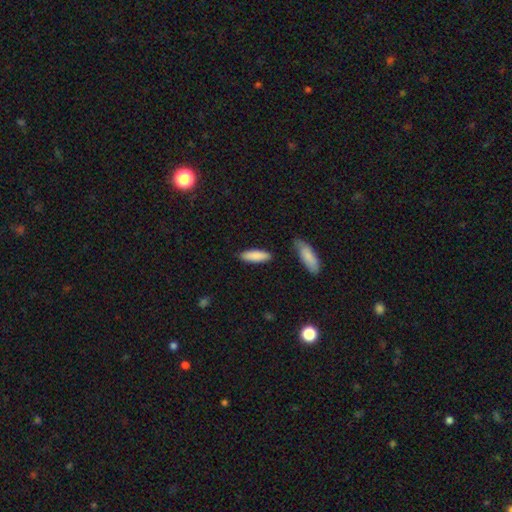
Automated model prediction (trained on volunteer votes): smooth-or-featured: smooth: 87% | featured or disk: 7% | star or artifact: 6%
  how-rounded: in between: 51% | cigar-shaped: 48% | round: 2%
  merging: none: 83% | minor disturbance: 11% | merger: 3% | major disturbance: 2%